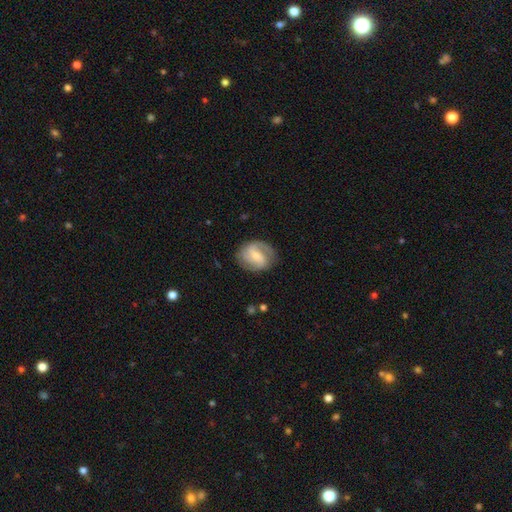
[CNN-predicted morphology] Smooth or featured?
  - featured or disk: 72% *
  - smooth: 23%
  - star or artifact: 6%
Edge-on disk?
  - no: 97% *
  - yes: 3%
Bar?
  - weak: 52% *
  - strong: 27%
  - no: 22%
Spiral arms?
  - yes: 90% *
  - no: 10%
Spiral winding?
  - medium: 45% *
  - loose: 29%
  - tight: 26%
Spiral arm count?
  - 2: 77% *
  - can't tell: 10%
  - 1: 6%
  - 3: 4%
  - 4: 1%
  - more than 4: 1%
Bulge size?
  - small: 52% *
  - moderate: 42%
  - none: 3%
  - large: 3%
  - dominant: 1%
Merging?
  - none: 76% *
  - minor disturbance: 16%
  - major disturbance: 6%
  - merger: 1%